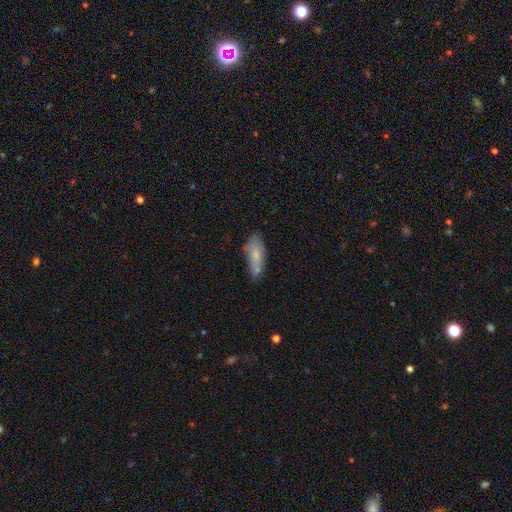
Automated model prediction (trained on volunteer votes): Smooth or featured: smooth — 67% (featured or disk — 25%)
How rounded: in between — 70% (cigar-shaped — 27%)
Merging: none — 46% (minor disturbance — 28%)